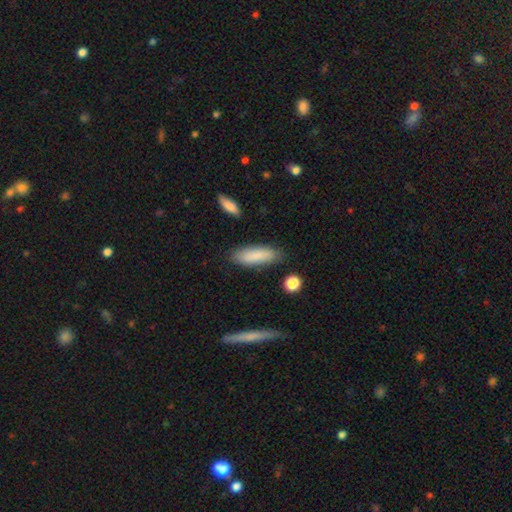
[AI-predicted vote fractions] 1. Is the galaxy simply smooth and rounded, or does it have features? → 86% smooth, 8% featured or disk, 6% star or artifact.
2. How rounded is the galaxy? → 51% in between, 47% cigar-shaped, 2% round.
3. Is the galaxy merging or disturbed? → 83% none, 12% minor disturbance, 3% major disturbance, 2% merger.